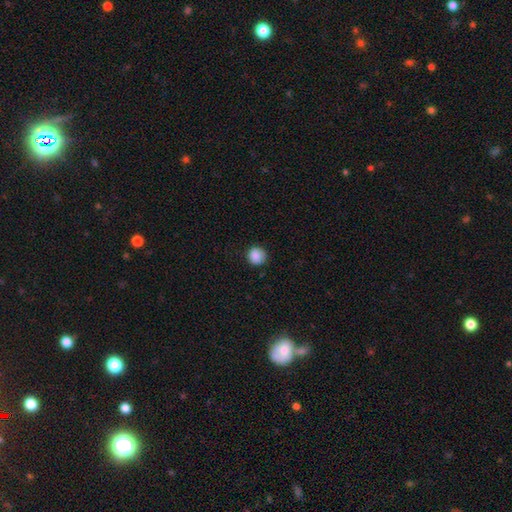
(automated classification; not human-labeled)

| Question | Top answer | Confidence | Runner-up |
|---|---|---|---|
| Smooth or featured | smooth | 88% | star or artifact (9%) |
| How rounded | round | 89% | in between (10%) |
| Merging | none | 82% | minor disturbance (14%) |